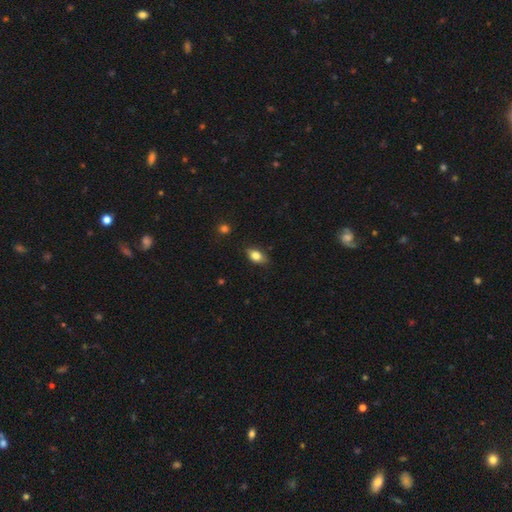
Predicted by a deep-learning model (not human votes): Q: Smooth or featured?
A: smooth (81%); runner-up: featured or disk (11%)
Q: How rounded?
A: in between (84%); runner-up: round (12%)
Q: Merging?
A: none (81%); runner-up: minor disturbance (15%)